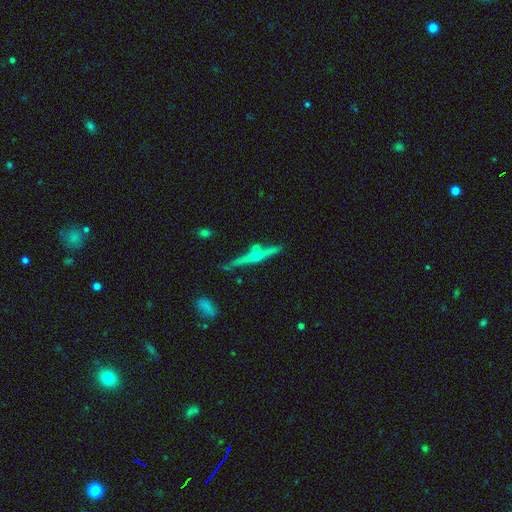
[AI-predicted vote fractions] smooth-or-featured: featured or disk: 74% | smooth: 19% | star or artifact: 7%
  disk-edge-on: yes: 97% | no: 3%
    edge-on-bulge: rounded: 88% | none: 9% | boxy: 3%
  merging: none: 77% | minor disturbance: 11% | merger: 8% | major disturbance: 3%